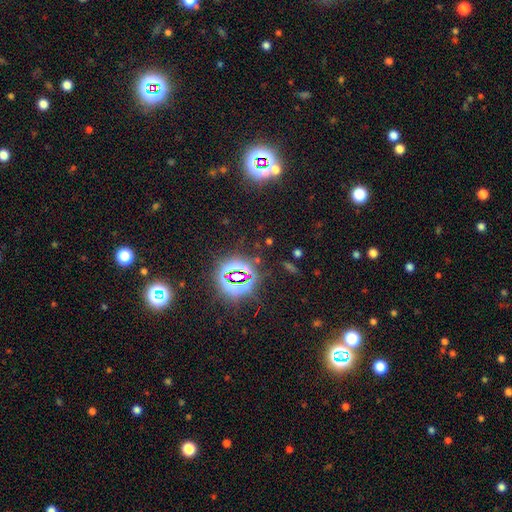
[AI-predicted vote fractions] smooth_or_featured: star or artifact (p=0.83) [alt: smooth p=0.11]